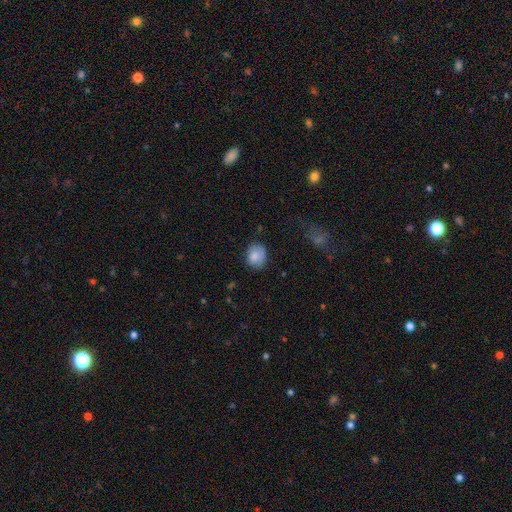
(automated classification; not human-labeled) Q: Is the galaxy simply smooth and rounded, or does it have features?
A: smooth — 81%.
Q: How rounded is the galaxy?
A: round — 60%.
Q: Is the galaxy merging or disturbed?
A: none — 68%.